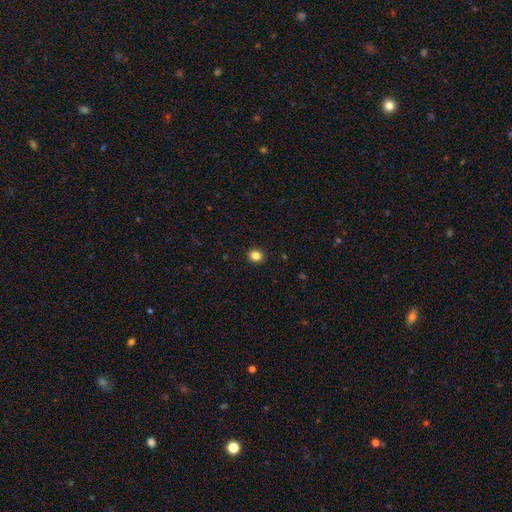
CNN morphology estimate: Smooth or featured? Predicted: smooth (p=0.84). How rounded? Predicted: round (p=0.81). Merging? Predicted: none (p=0.92).